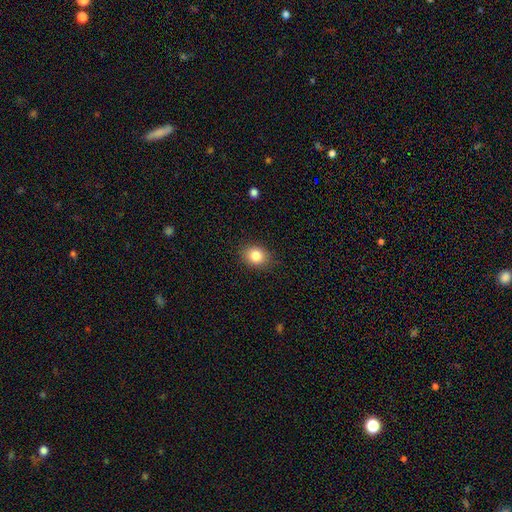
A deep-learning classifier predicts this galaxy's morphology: Smooth or featured? smooth (84%)
How rounded? round (56%)
Merging? none (87%)